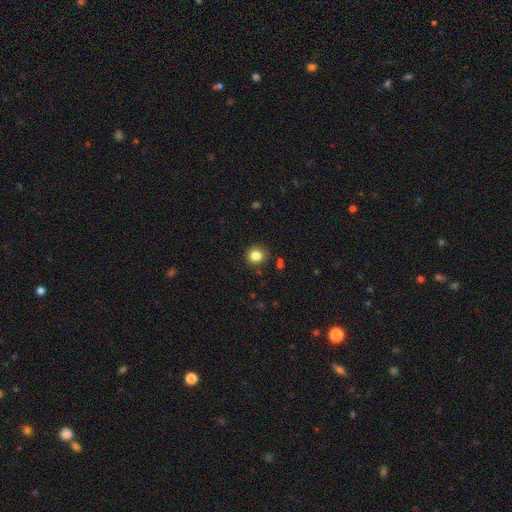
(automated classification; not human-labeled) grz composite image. It shows a smooth galaxy with no disk features (83%) that is round (89%). Merging: none (88%).